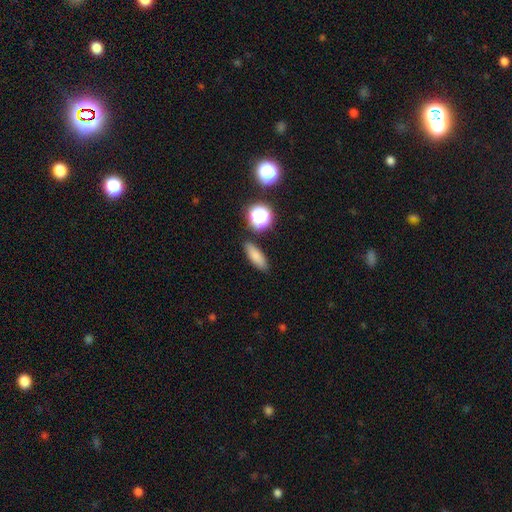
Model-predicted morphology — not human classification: This is likely a smooth galaxy (79%). How rounded: possibly in between (60%). Merging: clearly none (85%).